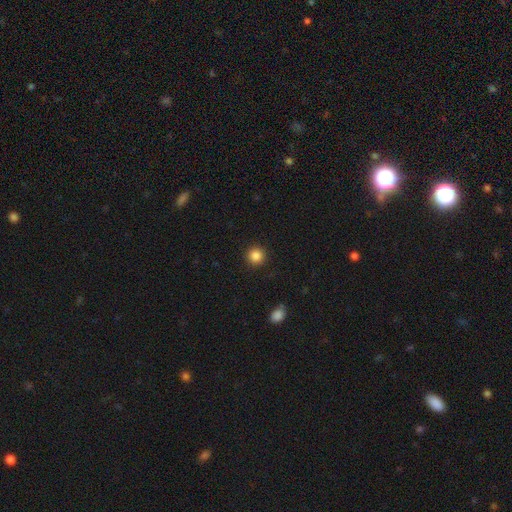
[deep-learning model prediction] Overall: smooth (85%). How rounded: round (95%). Merging: none (92%).